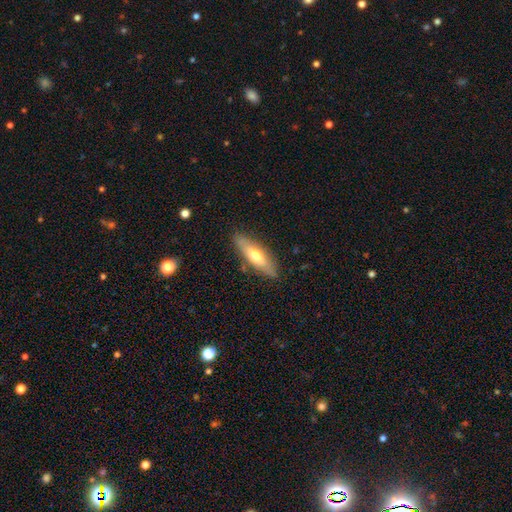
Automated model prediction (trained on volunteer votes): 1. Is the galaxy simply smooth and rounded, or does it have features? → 60% smooth, 34% featured or disk, 6% star or artifact.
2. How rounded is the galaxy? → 51% cigar-shaped, 47% in between, 2% round.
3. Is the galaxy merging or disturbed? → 84% none, 12% minor disturbance, 2% major disturbance, 2% merger.